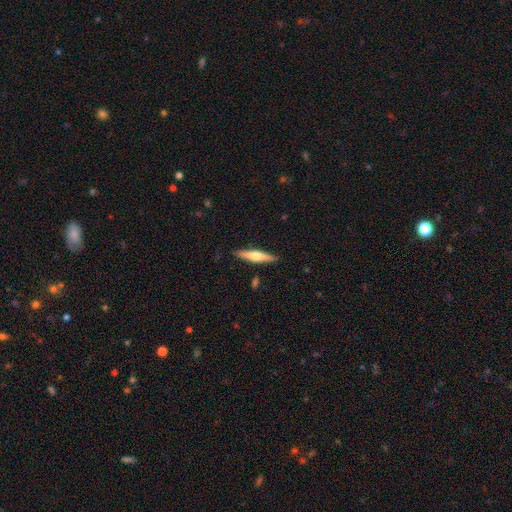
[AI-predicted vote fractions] Q: Smooth or featured?
A: featured or disk (49%); runner-up: smooth (45%)
Q: Merging?
A: none (88%); runner-up: minor disturbance (8%)